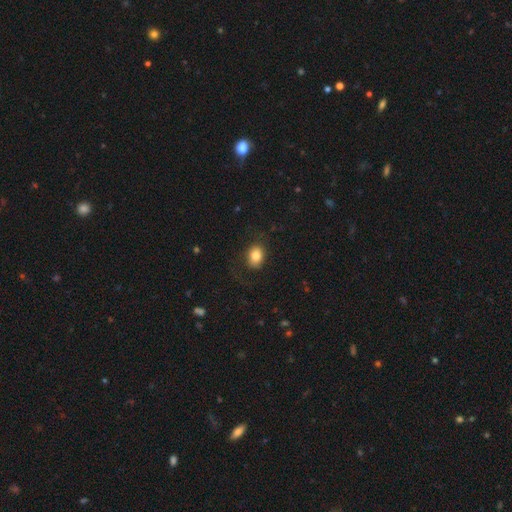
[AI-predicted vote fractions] Smooth or featured? Predicted: smooth (p=0.81). How rounded? Predicted: in between (p=0.61). Merging? Predicted: none (p=0.79).